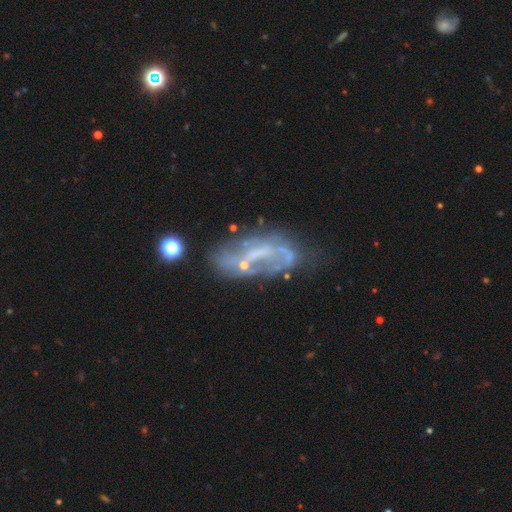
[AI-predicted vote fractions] Q: Smooth or featured?
A: featured or disk (70%); runner-up: smooth (17%)
Q: Edge-on disk?
A: no (91%); runner-up: yes (9%)
Q: Bar?
A: no (48%); runner-up: weak (32%)
Q: Spiral arms?
A: no (57%); runner-up: yes (43%)
Q: Bulge size?
A: none (51%); runner-up: small (32%)
Q: Merging?
A: none (45%); runner-up: major disturbance (22%)